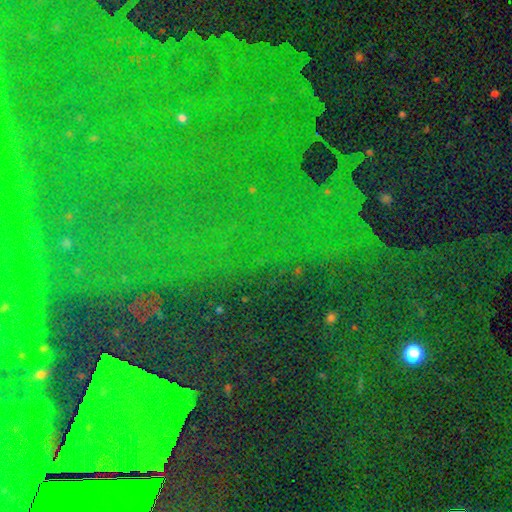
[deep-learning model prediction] Smooth or featured?
  - star or artifact: 82% *
  - smooth: 9%
  - featured or disk: 9%